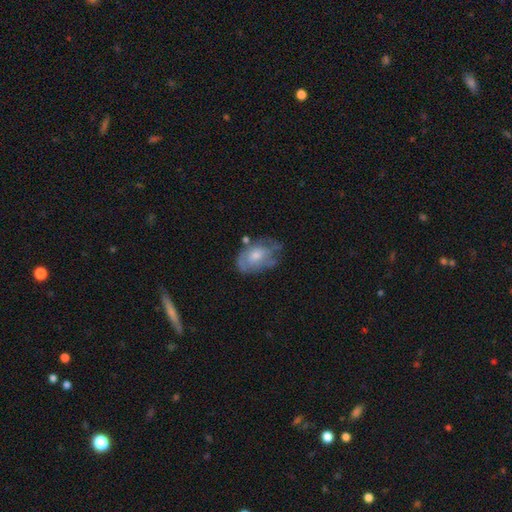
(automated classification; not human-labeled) Smooth or featured: featured or disk — 53% (smooth — 40%)
Edge-on disk: no — 95% (yes — 5%)
Bar: no — 79% (weak — 18%)
Spiral arms: yes — 55% (no — 45%)
Bulge size: moderate — 50% (small — 40%)
Merging: none — 47% (minor disturbance — 31%)